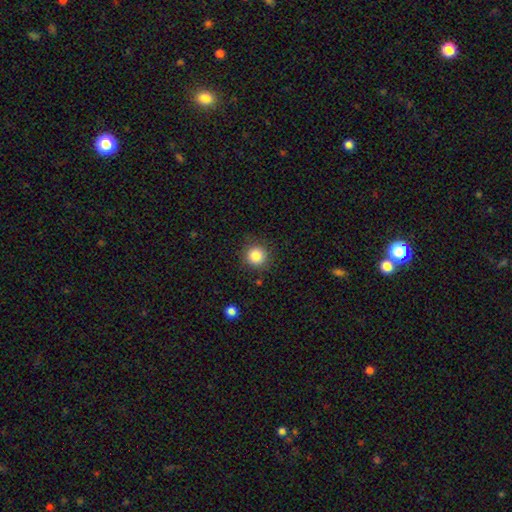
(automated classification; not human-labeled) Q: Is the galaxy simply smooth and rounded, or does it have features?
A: smooth — 85%.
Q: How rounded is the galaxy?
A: round — 93%.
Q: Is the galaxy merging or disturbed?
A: none — 86%.